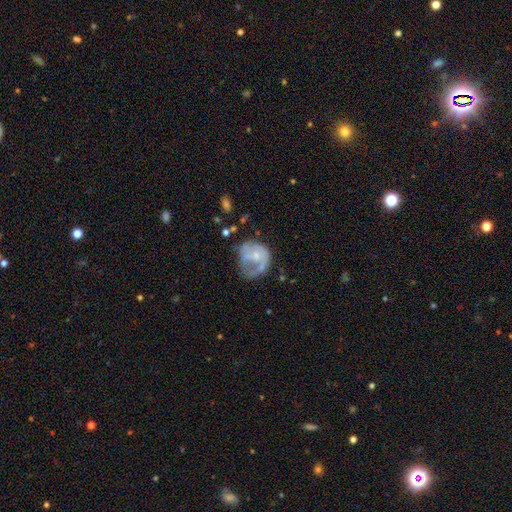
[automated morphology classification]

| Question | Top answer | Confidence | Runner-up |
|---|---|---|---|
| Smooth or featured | featured or disk | 52% | smooth (40%) |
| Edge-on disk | no | 98% | yes (2%) |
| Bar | no | 75% | weak (21%) |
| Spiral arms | no | 54% | yes (46%) |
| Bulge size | small | 49% | moderate (30%) |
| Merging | major disturbance | 37% | none (31%) |